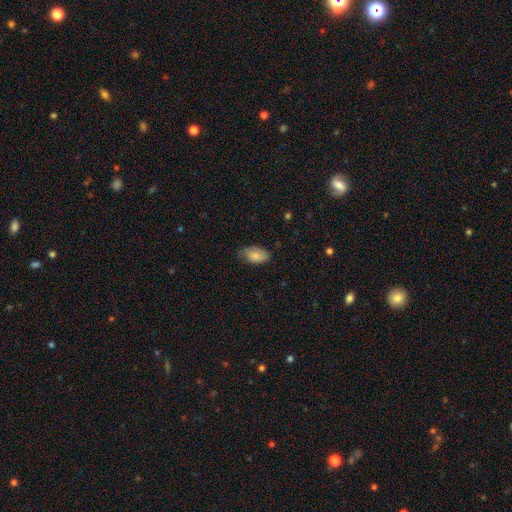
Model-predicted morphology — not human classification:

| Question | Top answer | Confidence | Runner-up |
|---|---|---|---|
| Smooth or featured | smooth | 83% | featured or disk (10%) |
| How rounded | in between | 94% | round (4%) |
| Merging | none | 67% | minor disturbance (27%) |